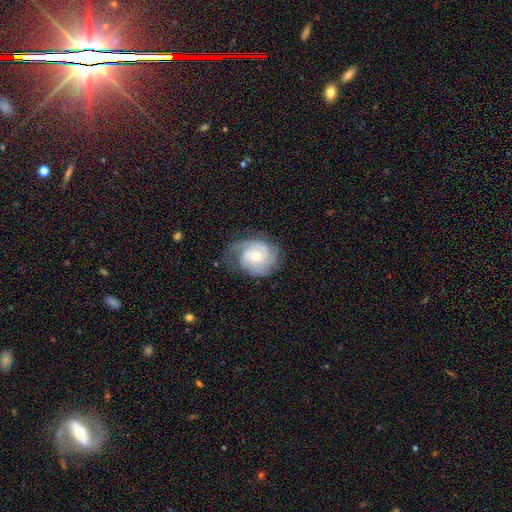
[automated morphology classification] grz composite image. It shows a featured or disk galaxy (86%) with no bar (67%), 3 (37%) tight (60%) spiral arms (97%) and a moderate central bulge (52%). Merging: none (69%).